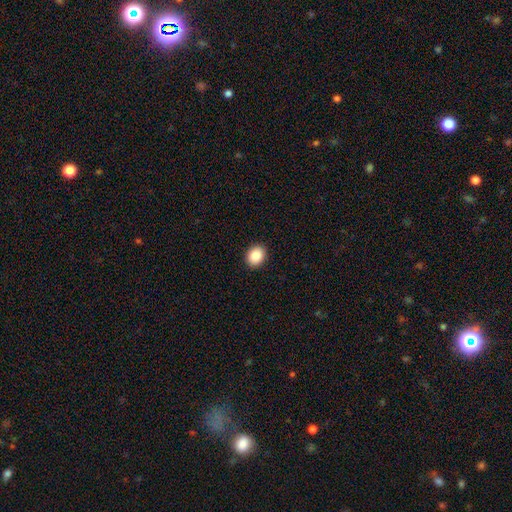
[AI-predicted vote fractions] This appears to be a smooth galaxy with no disk features (87%) that is round (55%). Merging: none (91%).